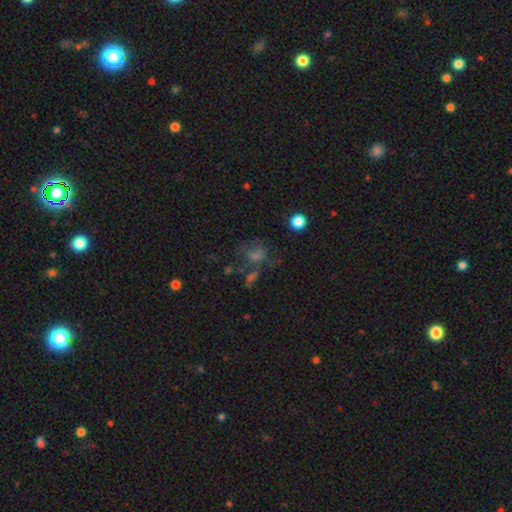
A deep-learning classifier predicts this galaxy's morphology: Smooth or featured? smooth (42%)
Merging? none (45%)